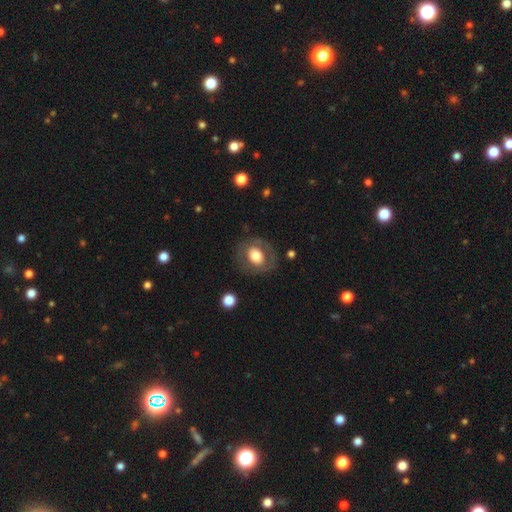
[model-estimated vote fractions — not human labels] Overall: smooth (60%; featured or disk 33%). How rounded: round (62%; in between 37%). Merging: none (77%).